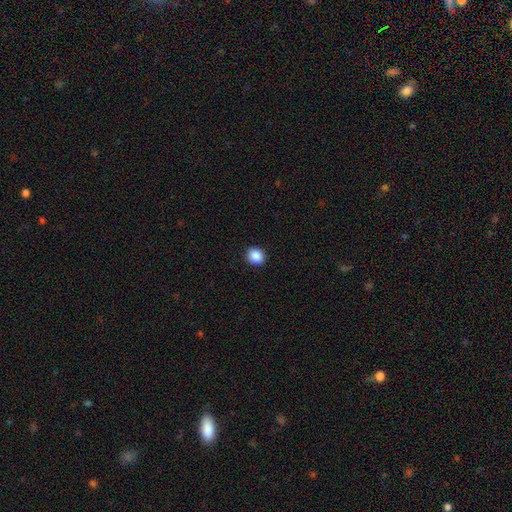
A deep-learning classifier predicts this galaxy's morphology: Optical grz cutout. It shows a smooth galaxy with no disk features (88%) that is round (81%). Merging: none (92%).